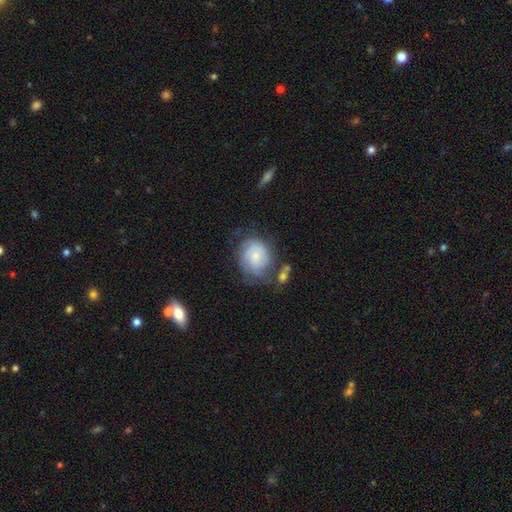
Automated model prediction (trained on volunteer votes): A featured or disk galaxy (51%).

Vote fractions:
- Smooth or featured? featured or disk: 51% / smooth: 41% / star or artifact: 7%
- Edge-on disk? no: 97% / yes: 3%
- Merging? none: 53% / minor disturbance: 25% / major disturbance: 16% / merger: 6%